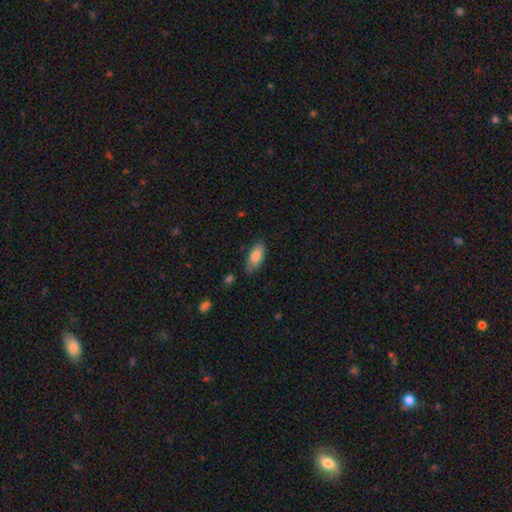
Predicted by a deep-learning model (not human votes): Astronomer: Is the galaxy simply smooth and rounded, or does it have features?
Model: smooth — 84%.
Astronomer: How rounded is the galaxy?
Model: in between — 87%.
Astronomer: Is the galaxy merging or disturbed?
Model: none — 76%.